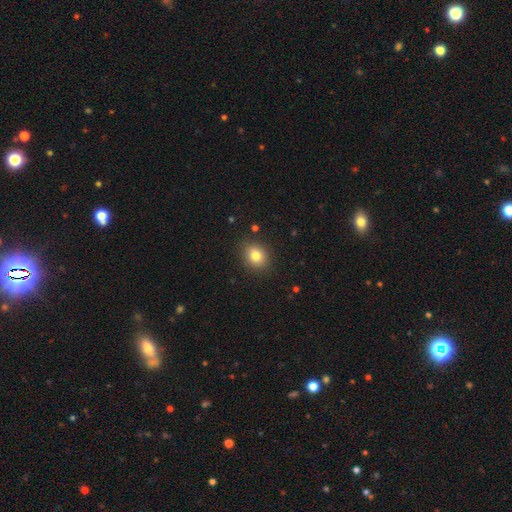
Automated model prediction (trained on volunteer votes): Smooth or featured? Predicted: smooth (p=0.80). How rounded? Predicted: round (p=0.59). Merging? Predicted: none (p=0.87).